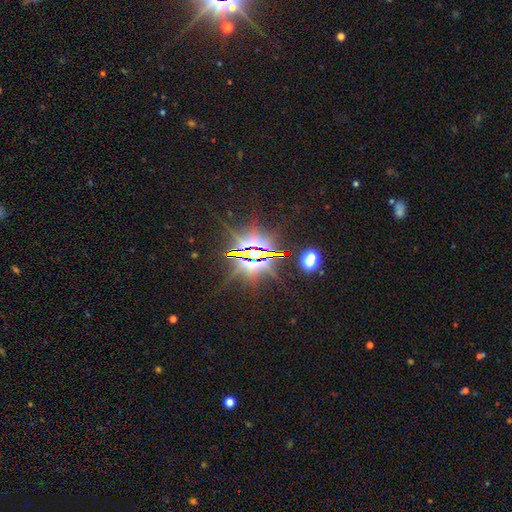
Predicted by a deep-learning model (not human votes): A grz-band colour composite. It shows a star or artifact, not a galaxy (83%).